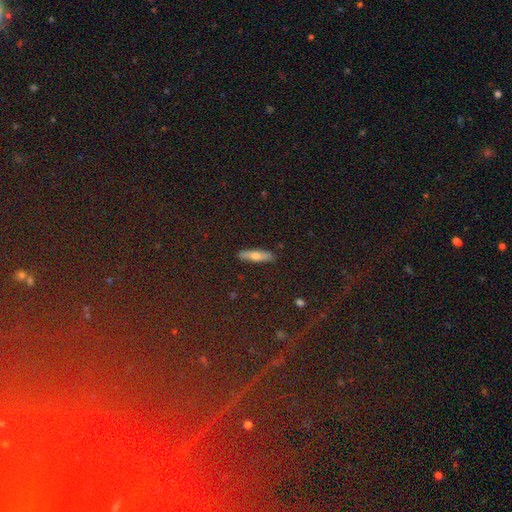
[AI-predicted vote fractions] Q: Smooth or featured?
A: smooth (53%); runner-up: featured or disk (34%)
Q: How rounded?
A: cigar-shaped (66%); runner-up: in between (29%)
Q: Merging?
A: none (89%); runner-up: minor disturbance (7%)